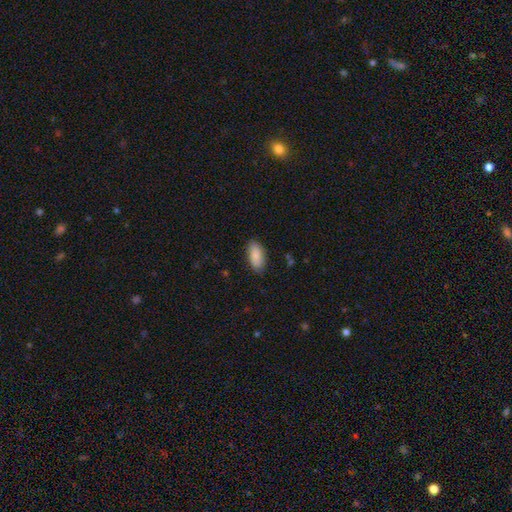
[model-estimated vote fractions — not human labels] Smooth or featured? Predicted: smooth (p=0.88). How rounded? Predicted: in between (p=0.91). Merging? Predicted: none (p=0.84).